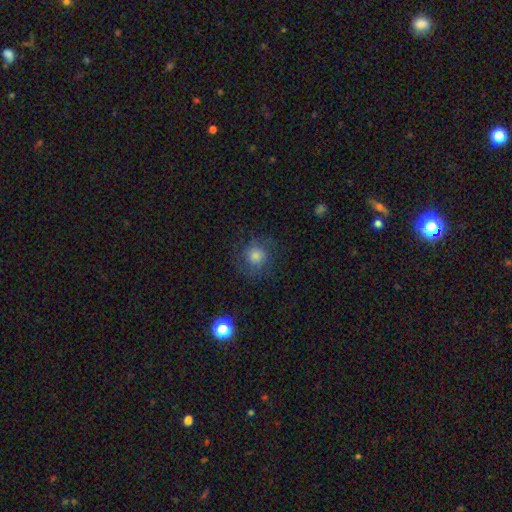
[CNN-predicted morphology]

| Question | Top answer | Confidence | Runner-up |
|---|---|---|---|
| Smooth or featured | smooth | 56% | featured or disk (30%) |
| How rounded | round | 89% | in between (10%) |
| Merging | none | 74% | minor disturbance (15%) |